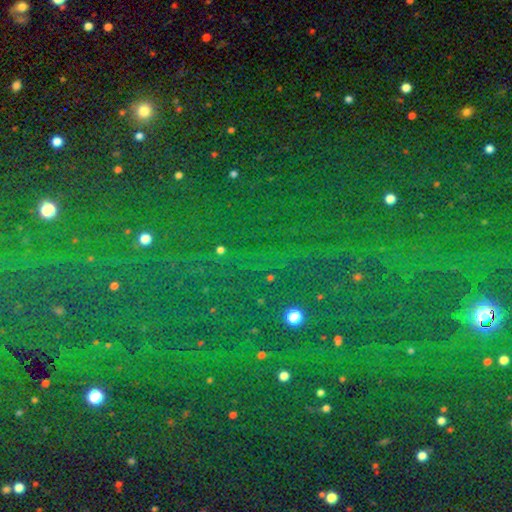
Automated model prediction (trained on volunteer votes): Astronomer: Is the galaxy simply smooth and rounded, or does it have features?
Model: star or artifact — 83%.